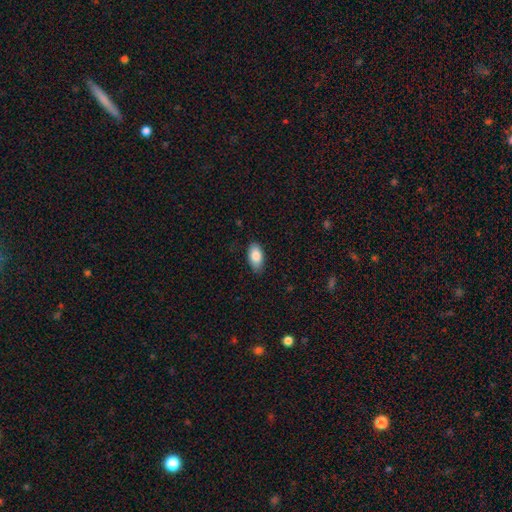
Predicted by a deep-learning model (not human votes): Smooth or featured? Predicted: smooth (p=0.86). How rounded? Predicted: in between (p=0.93). Merging? Predicted: none (p=0.82).